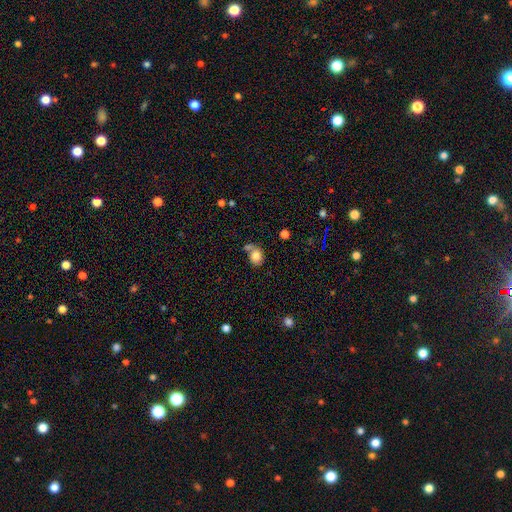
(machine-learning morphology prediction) smooth_or_featured: smooth (p=0.81) [alt: featured or disk p=0.10]
how_rounded: round (p=0.59) [alt: in between p=0.40]
merging: none (p=0.46) [alt: merger p=0.31]